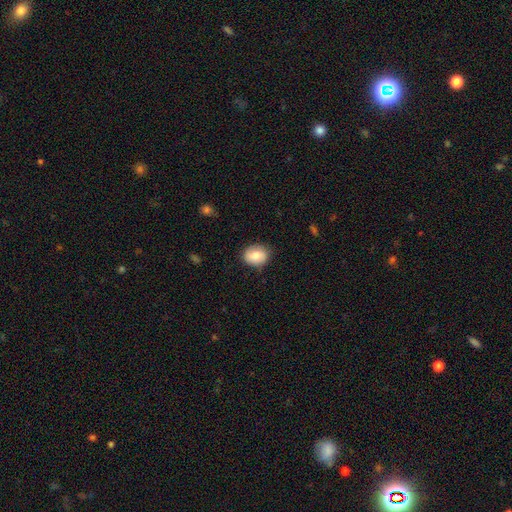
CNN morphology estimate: The model was most divided on "how rounded": in between: 54%, round: 45%, cigar-shaped: 1%. More confident: merging — none (82%); smooth or featured — smooth (78%).